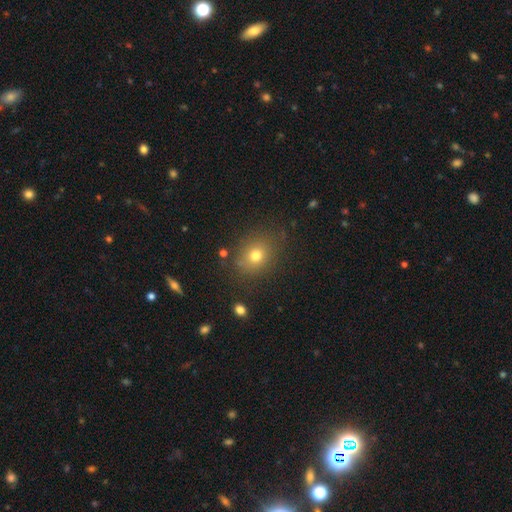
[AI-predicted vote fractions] A smooth galaxy with no disk features (74%) that is round (62%).

Vote fractions:
- Smooth or featured? smooth: 74% / star or artifact: 15% / featured or disk: 11%
- How rounded? round: 62% / in between: 37% / cigar-shaped: 1%
- Merging? none: 79% / minor disturbance: 14% / major disturbance: 5% / merger: 3%